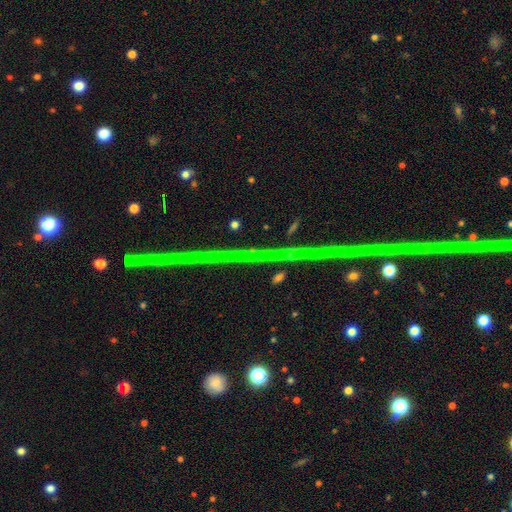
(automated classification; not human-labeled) The model was most divided on "smooth or featured": star or artifact: 69%, featured or disk: 20%, smooth: 10%.